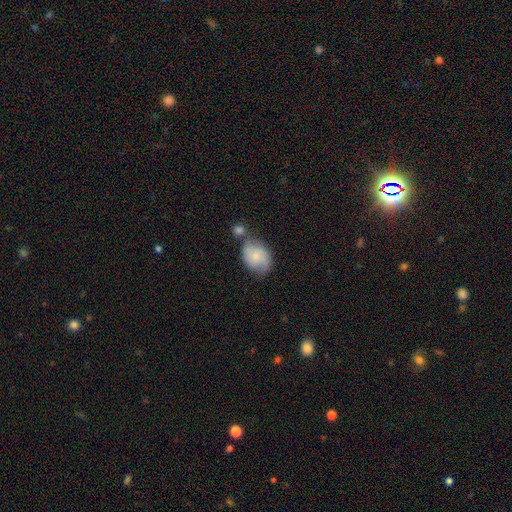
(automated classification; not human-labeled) smooth-or-featured: smooth: 65% | featured or disk: 28% | star or artifact: 7%
  how-rounded: in between: 66% | round: 33% | cigar-shaped: 1%
  merging: none: 44% | minor disturbance: 25% | merger: 22% | major disturbance: 8%